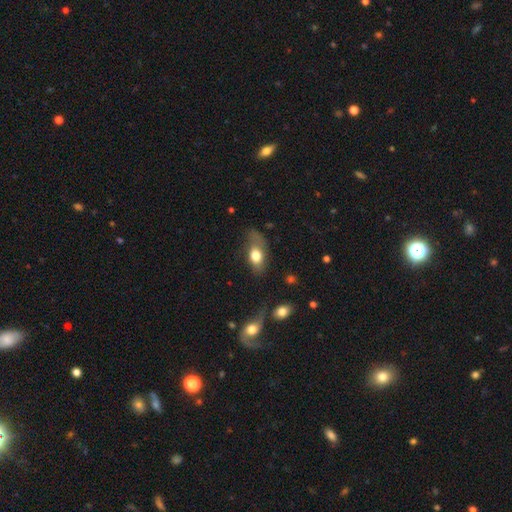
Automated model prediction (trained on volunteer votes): Smooth or featured?
  - smooth: 71% *
  - featured or disk: 21%
  - star or artifact: 8%
How rounded?
  - in between: 82% *
  - round: 11%
  - cigar-shaped: 7%
Merging?
  - none: 48% *
  - minor disturbance: 30%
  - major disturbance: 18%
  - merger: 4%